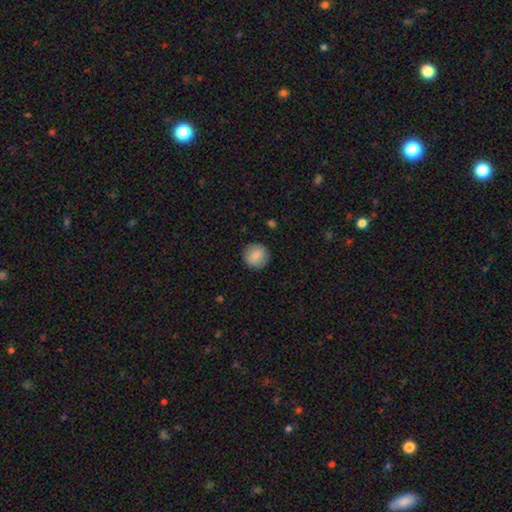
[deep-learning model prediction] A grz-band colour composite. It shows a smooth galaxy with no disk features (85%) that is round (93%). Merging: none (90%).